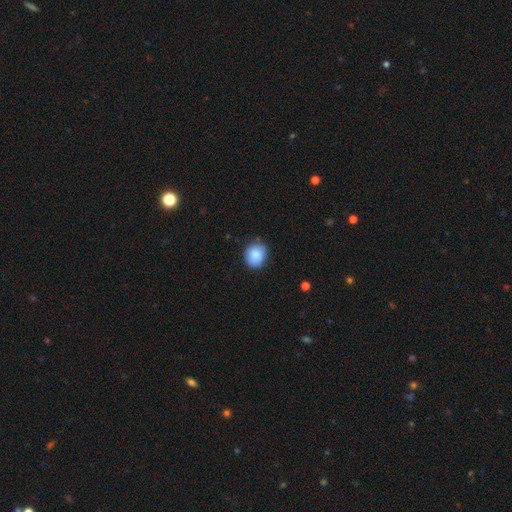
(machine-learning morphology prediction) Smooth or featured?
  - smooth: 85% *
  - star or artifact: 8%
  - featured or disk: 7%
How rounded?
  - round: 64% *
  - in between: 35%
  - cigar-shaped: 1%
Merging?
  - none: 77% *
  - minor disturbance: 18%
  - major disturbance: 3%
  - merger: 2%